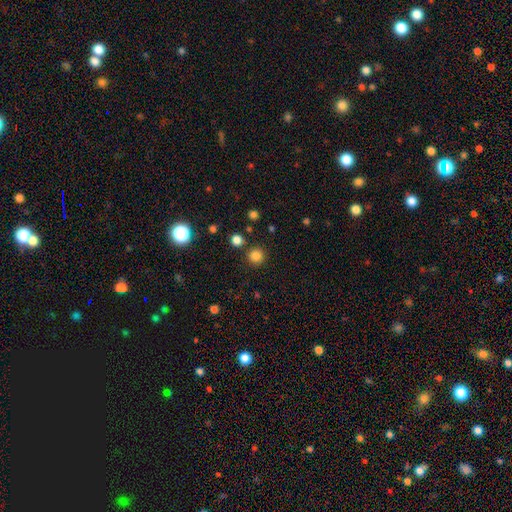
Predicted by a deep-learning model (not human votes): This is clearly a smooth galaxy (82%). How rounded: clearly round (93%). Merging: clearly none (87%).